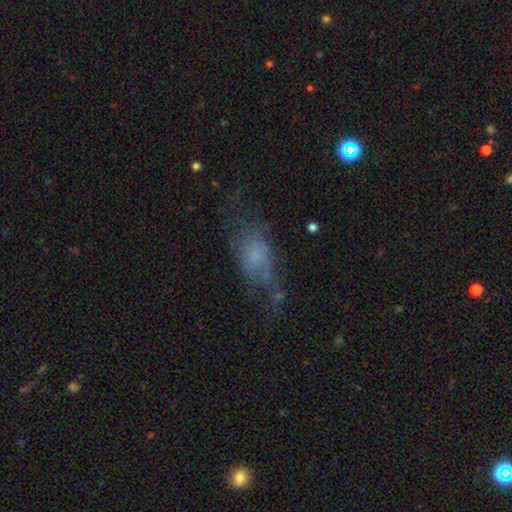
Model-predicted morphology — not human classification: smooth 44%, featured or disk 42%, star or artifact 14%. Down the decision tree: merging — major disturbance (38%).